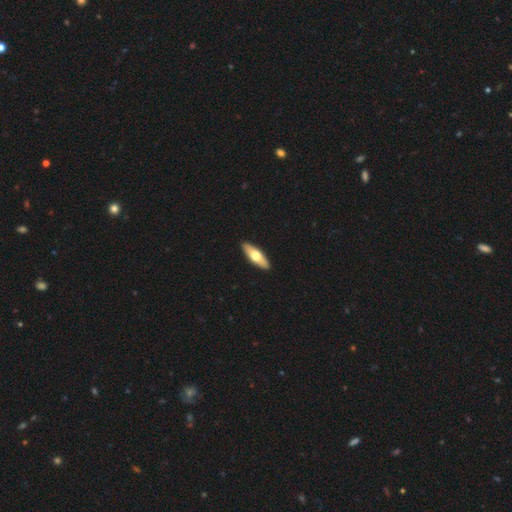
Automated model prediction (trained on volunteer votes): Smooth or featured?
  - smooth: 55% *
  - featured or disk: 41%
  - star or artifact: 5%
How rounded?
  - in between: 52% *
  - cigar-shaped: 46%
  - round: 2%
Merging?
  - none: 92% *
  - minor disturbance: 6%
  - major disturbance: 1%
  - merger: 1%